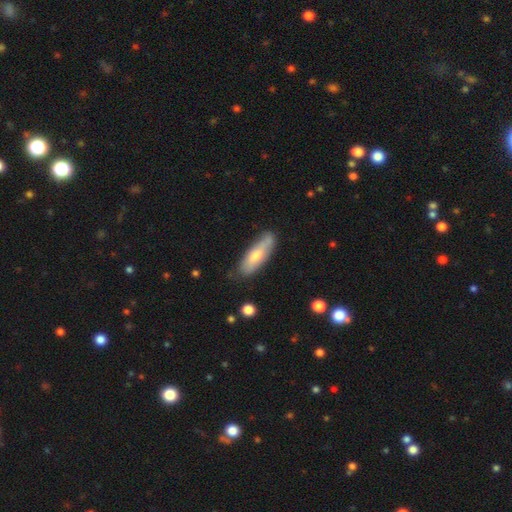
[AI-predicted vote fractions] A smooth galaxy with no disk features (61%) that is cigar-shaped (49%, tied with in between). Merging: none (71%).